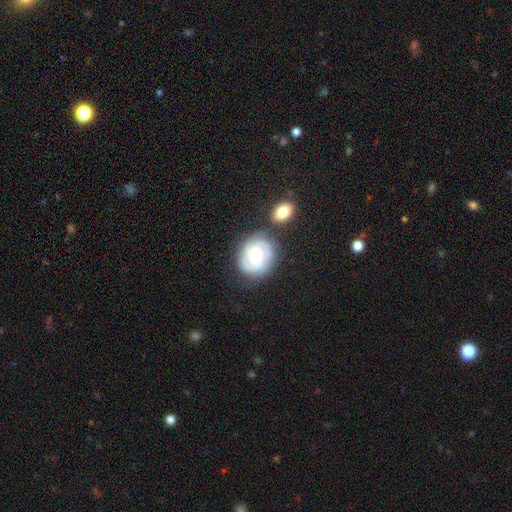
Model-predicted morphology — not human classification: Smooth or featured? Predicted: featured or disk (p=0.64). Edge-on disk? Predicted: no (p=0.97). Bar? Predicted: weak (p=0.49). Spiral arms? Predicted: yes (p=0.81). Spiral winding? Predicted: tight (p=0.54). Spiral arm count? Predicted: 2 (p=0.56). Bulge size? Predicted: moderate (p=0.72). Merging? Predicted: none (p=0.64).